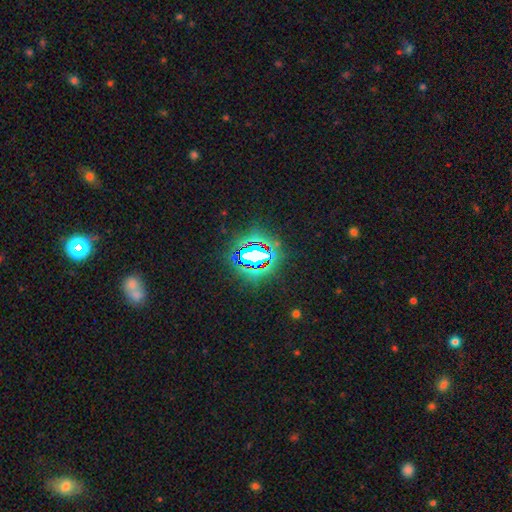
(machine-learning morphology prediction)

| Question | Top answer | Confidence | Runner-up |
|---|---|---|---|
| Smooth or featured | star or artifact | 75% | smooth (14%) |